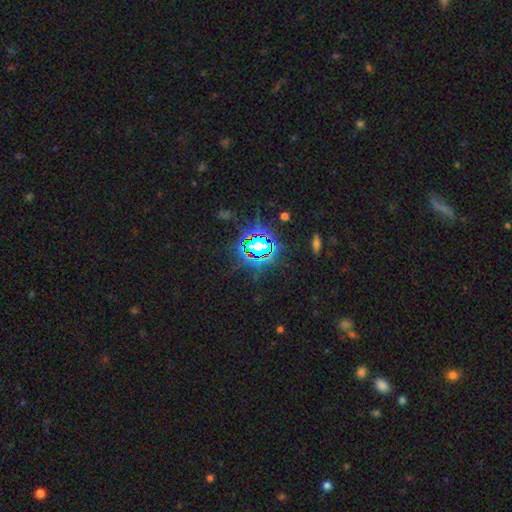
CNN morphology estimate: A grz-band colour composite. It shows a star or artifact, not a galaxy (79%).